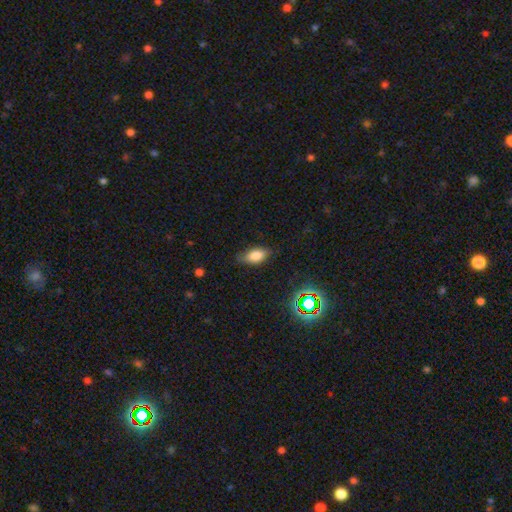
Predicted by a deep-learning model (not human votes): Smooth or featured? smooth (78%)
How rounded? in between (88%)
Merging? none (75%)